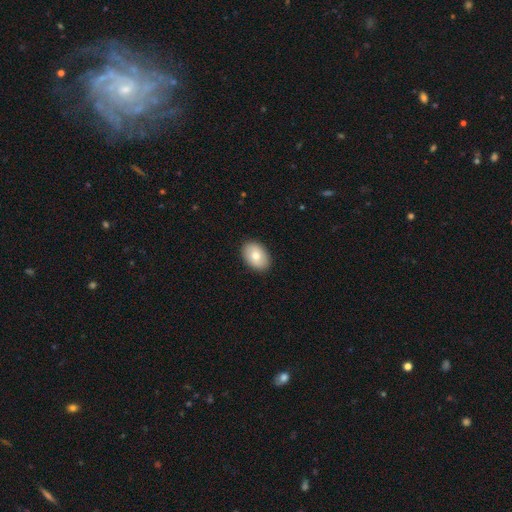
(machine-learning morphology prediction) The model was most divided on "smooth or featured": smooth: 75%, featured or disk: 19%, star or artifact: 7%. More confident: merging — none (90%); how rounded — in between (86%).